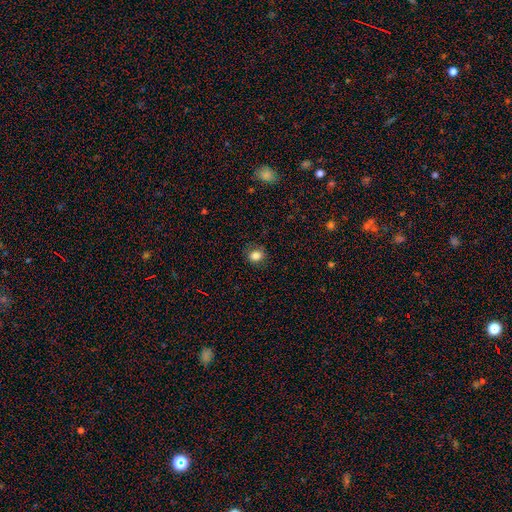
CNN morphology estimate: Q: Smooth or featured?
A: smooth (84%); runner-up: star or artifact (11%)
Q: How rounded?
A: round (66%); runner-up: in between (33%)
Q: Merging?
A: none (83%); runner-up: minor disturbance (12%)